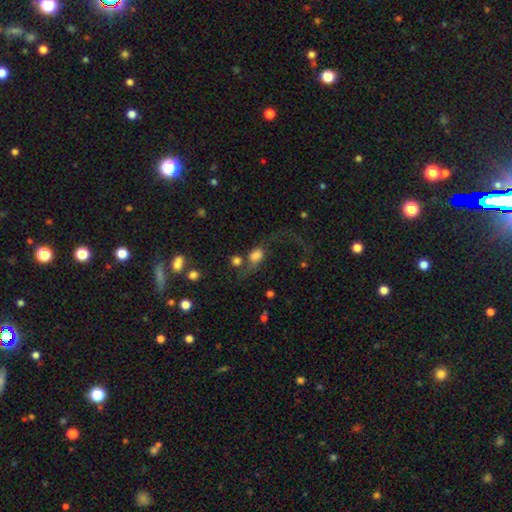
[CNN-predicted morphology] Overall: smooth (56%; featured or disk 32%). How rounded: in between (53%; round 43%). Merging: major disturbance (34%; merger 28%).